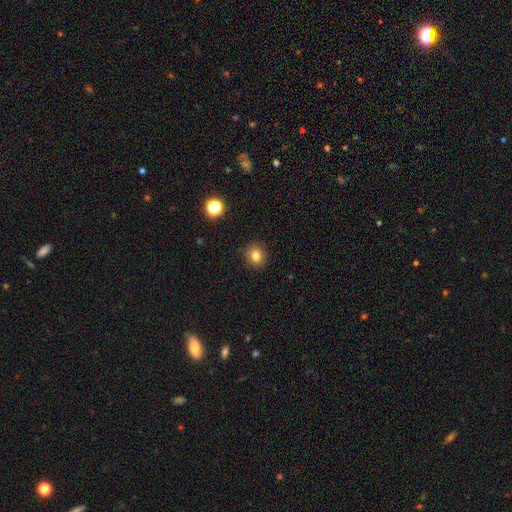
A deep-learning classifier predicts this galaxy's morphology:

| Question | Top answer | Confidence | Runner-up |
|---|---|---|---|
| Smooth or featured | smooth | 79% | star or artifact (13%) |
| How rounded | round | 75% | in between (24%) |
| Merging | none | 88% | minor disturbance (8%) |